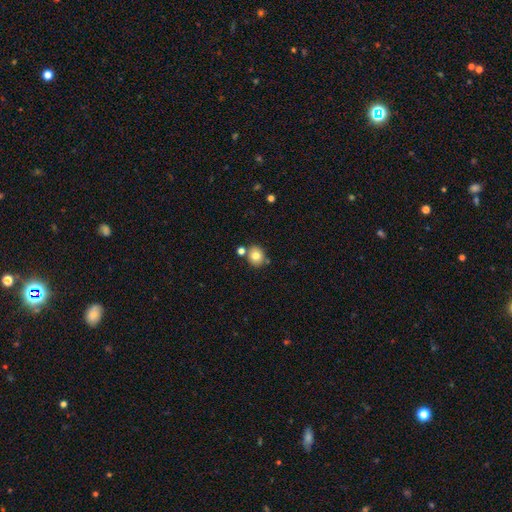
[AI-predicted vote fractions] A smooth galaxy with no disk features (78%) that is round (79%).

Vote fractions:
- Smooth or featured? smooth: 78% / featured or disk: 11% / star or artifact: 11%
- How rounded? round: 79% / in between: 21% / cigar-shaped: 1%
- Merging? none: 72% / merger: 15% / minor disturbance: 10% / major disturbance: 3%